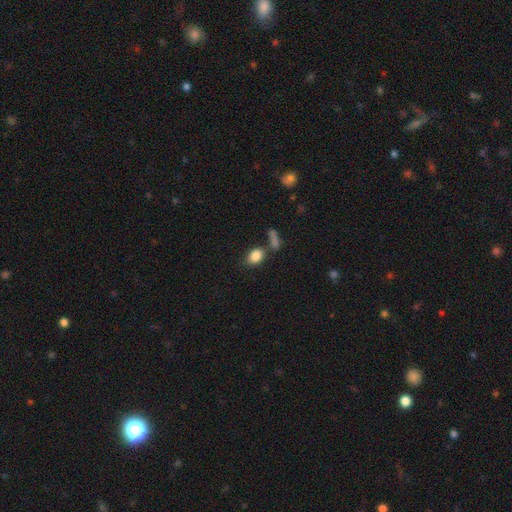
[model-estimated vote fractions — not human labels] Smooth or featured?
  - smooth: 84% *
  - star or artifact: 9%
  - featured or disk: 7%
How rounded?
  - in between: 68% *
  - round: 30%
  - cigar-shaped: 2%
Merging?
  - none: 57% *
  - merger: 21%
  - minor disturbance: 15%
  - major disturbance: 6%